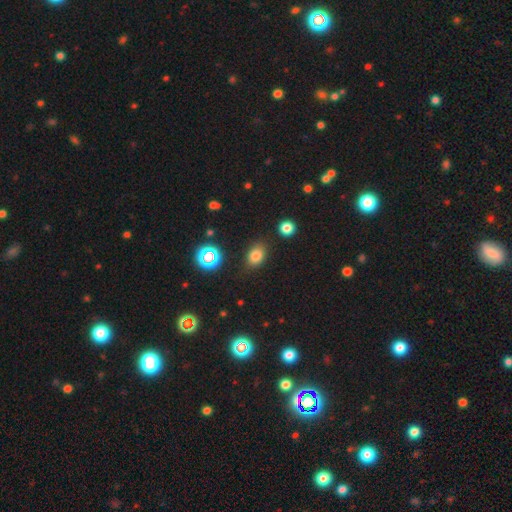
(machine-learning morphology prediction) The model was most divided on "how rounded": in between: 73%, round: 26%, cigar-shaped: 2%. More confident: merging — none (81%); smooth or featured — smooth (76%).